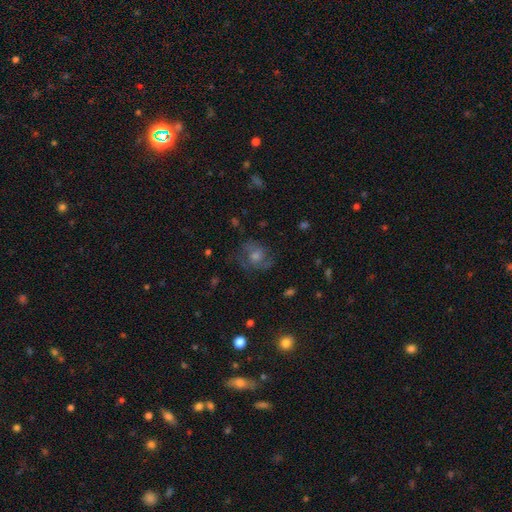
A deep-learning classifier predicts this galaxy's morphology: Smooth or featured? featured or disk (57%)
Edge-on disk? no (97%)
Bar? no (70%)
Spiral arms? yes (86%)
Bulge size? moderate (53%)
Merging? none (72%)